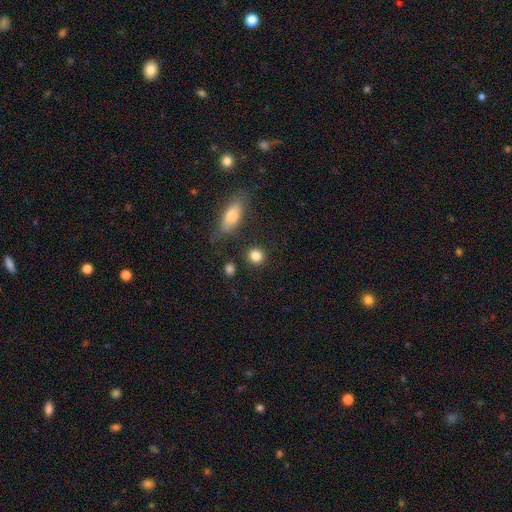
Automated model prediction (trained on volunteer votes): Smooth or featured: smooth — 85% (star or artifact — 10%)
How rounded: round — 86% (in between — 12%)
Merging: none — 85% (minor disturbance — 8%)